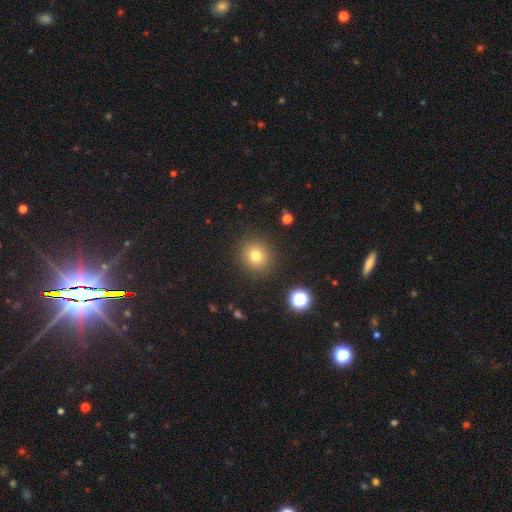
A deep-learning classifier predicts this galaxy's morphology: Smooth or featured? smooth (77%)
How rounded? round (90%)
Merging? none (90%)